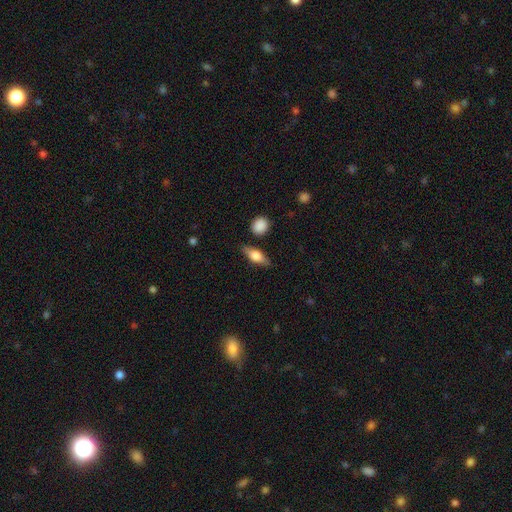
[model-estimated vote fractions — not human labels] Overall: smooth (57%; featured or disk 36%). How rounded: in between (64%; cigar-shaped 29%). Merging: none (81%).